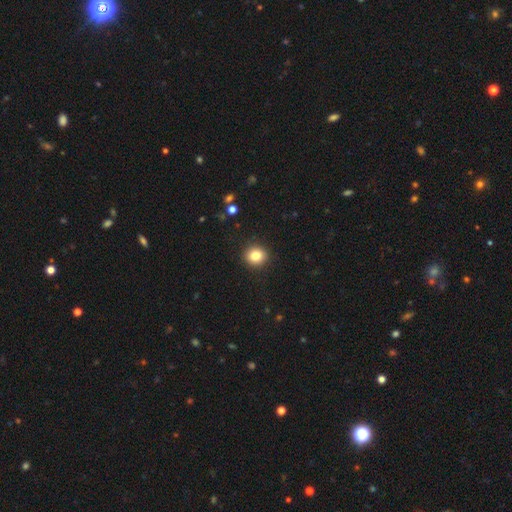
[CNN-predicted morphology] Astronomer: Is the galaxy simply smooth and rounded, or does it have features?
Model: smooth — 83%.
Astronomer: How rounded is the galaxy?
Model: round — 84%.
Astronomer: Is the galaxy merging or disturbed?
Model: none — 92%.